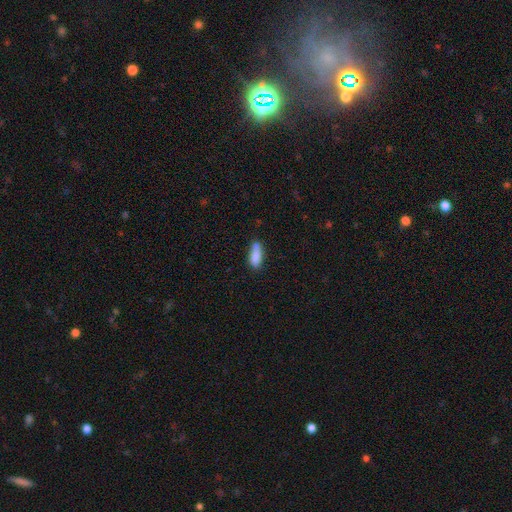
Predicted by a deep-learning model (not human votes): This appears to be a smooth galaxy with no disk features (83%) that is in between round and cigar-shaped (56%). Merging: none (60%).